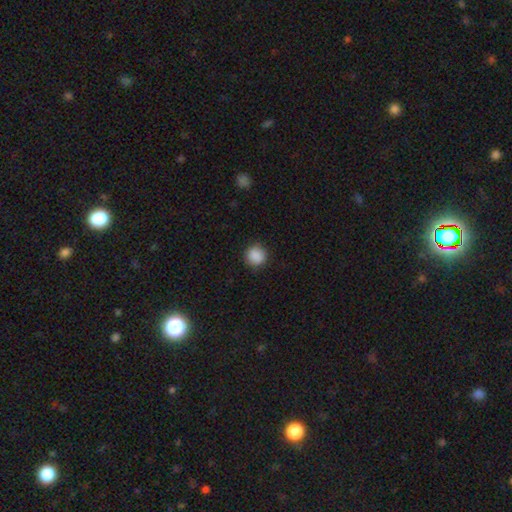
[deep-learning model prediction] Q: Smooth or featured?
A: smooth (89%); runner-up: star or artifact (8%)
Q: How rounded?
A: round (90%); runner-up: in between (9%)
Q: Merging?
A: none (89%); runner-up: minor disturbance (8%)